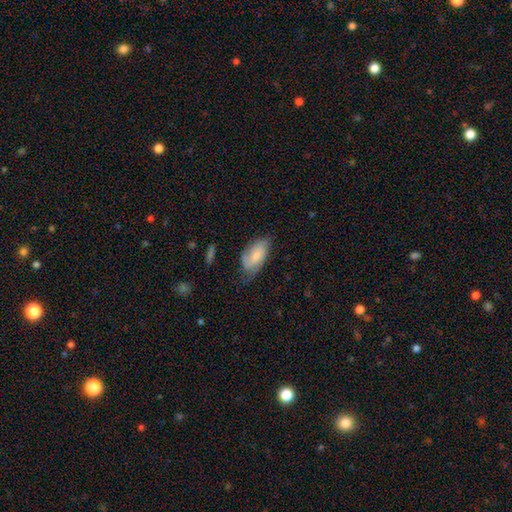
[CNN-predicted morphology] smooth_or_featured: smooth (p=0.64) [alt: featured or disk p=0.29]
how_rounded: in between (p=0.92) [alt: cigar-shaped p=0.05]
merging: none (p=0.49) [alt: minor disturbance p=0.37]